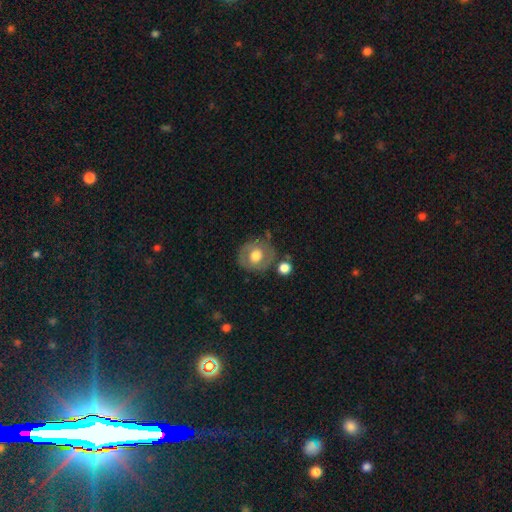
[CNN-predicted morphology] Smooth or featured: smooth — 55% (featured or disk — 37%)
How rounded: round — 79% (in between — 20%)
Merging: none — 73% (minor disturbance — 16%)